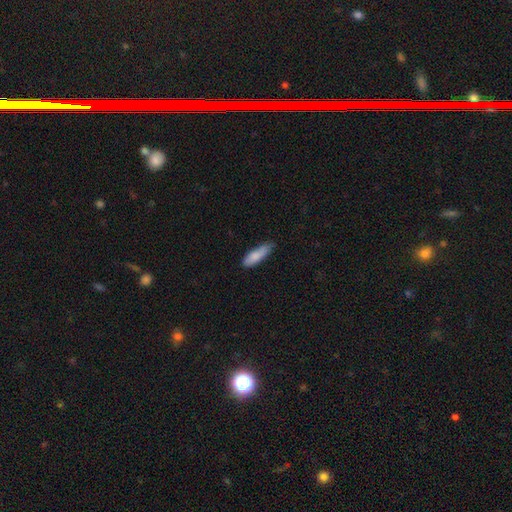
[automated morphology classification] A smooth galaxy with no disk features (84%) that is cigar-shaped (50%).

Vote fractions:
- Smooth or featured? smooth: 84% / featured or disk: 11% / star or artifact: 6%
- How rounded? cigar-shaped: 50% / in between: 49% / round: 2%
- Merging? none: 62% / minor disturbance: 31% / major disturbance: 5% / merger: 2%